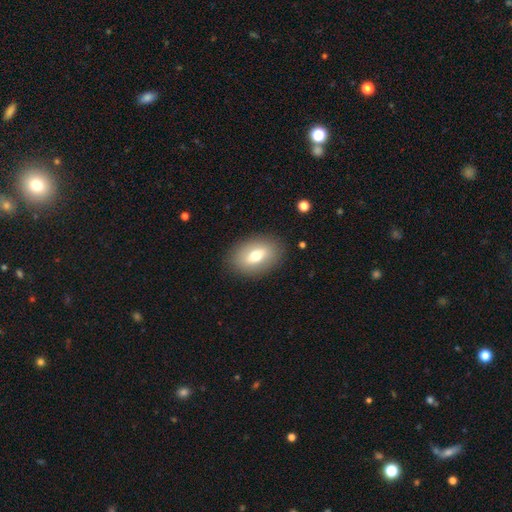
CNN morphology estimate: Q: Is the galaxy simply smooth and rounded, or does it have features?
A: smooth — 63%.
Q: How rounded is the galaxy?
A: in between — 84%.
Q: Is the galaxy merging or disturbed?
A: none — 86%.